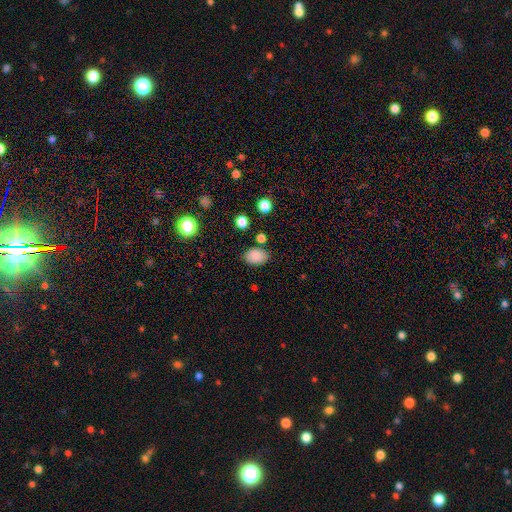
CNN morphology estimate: This appears to be a smooth galaxy with no disk features (84%) that is in between round and cigar-shaped (80%). Merging: none (80%).